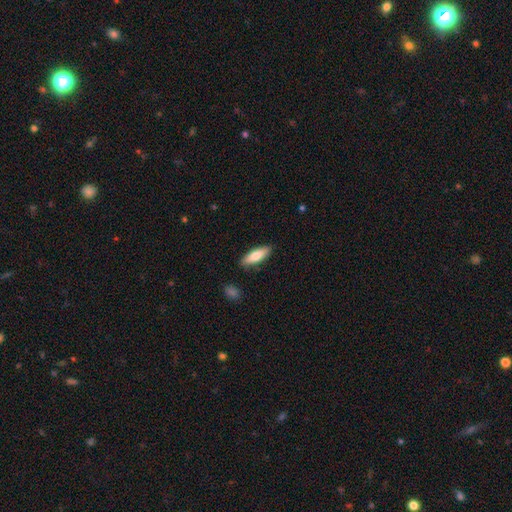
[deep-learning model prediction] Q: Smooth or featured?
A: smooth (77%); runner-up: featured or disk (17%)
Q: How rounded?
A: in between (57%); runner-up: cigar-shaped (41%)
Q: Merging?
A: none (86%); runner-up: minor disturbance (10%)